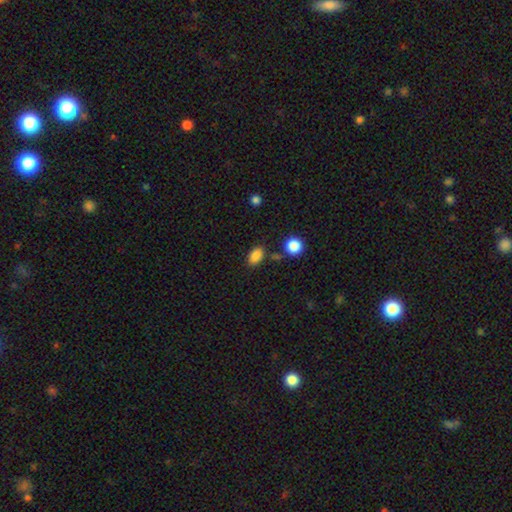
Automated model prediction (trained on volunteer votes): This appears to be a smooth galaxy with no disk features (85%) that is in between round and cigar-shaped (84%). Merging: none (78%).